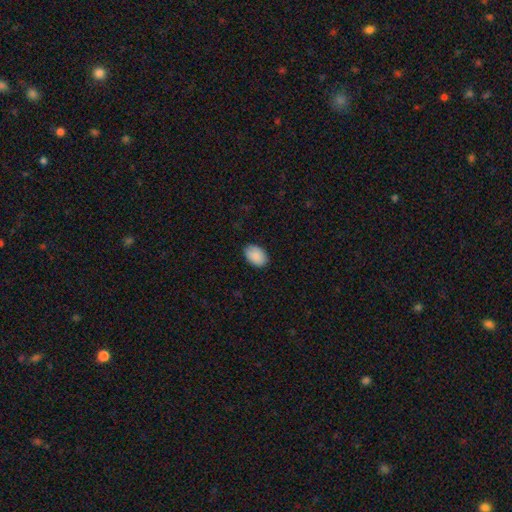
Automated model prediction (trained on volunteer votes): Overall: smooth (90%). How rounded: in between (86%). Merging: none (87%).